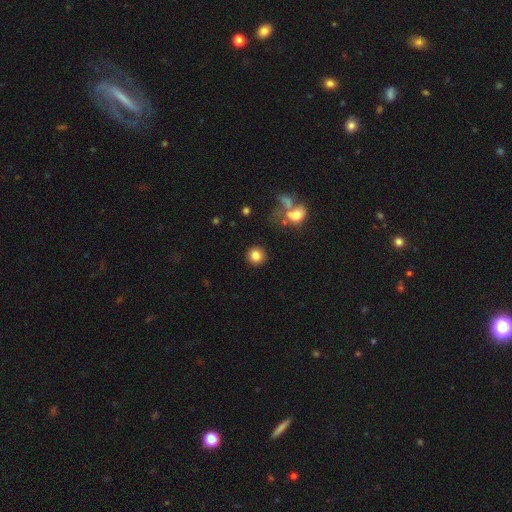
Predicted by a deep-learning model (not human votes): The model was most divided on "smooth or featured": smooth: 82%, star or artifact: 11%, featured or disk: 7%. More confident: how rounded — round (93%); merging — none (89%).